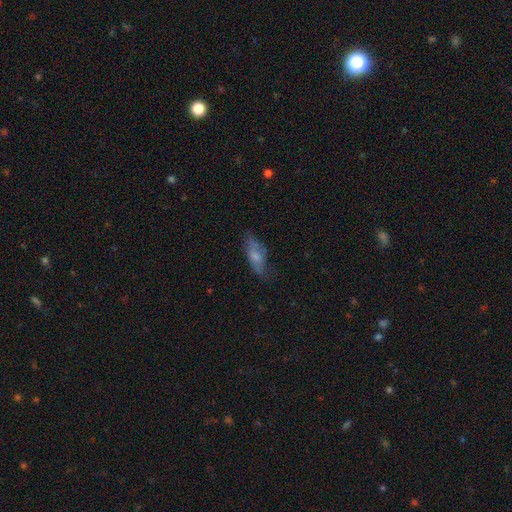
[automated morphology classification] smooth_or_featured: smooth (p=0.58) [alt: featured or disk p=0.34]
how_rounded: in between (p=0.69) [alt: cigar-shaped p=0.28]
merging: none (p=0.56) [alt: minor disturbance p=0.28]